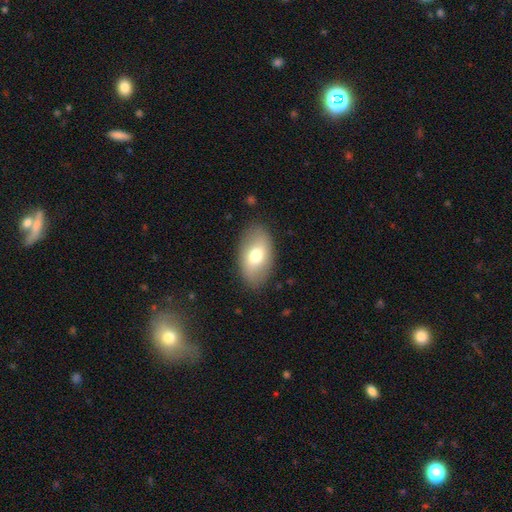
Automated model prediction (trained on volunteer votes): Smooth or featured: smooth — 67% (featured or disk — 26%)
How rounded: in between — 92% (round — 6%)
Merging: none — 85% (minor disturbance — 11%)